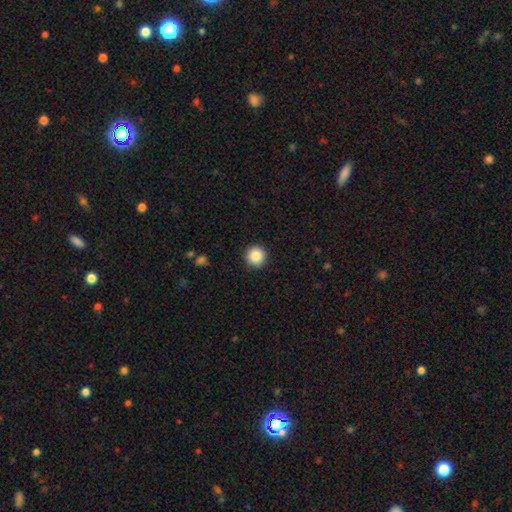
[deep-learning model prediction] Smooth or featured? smooth (87%)
How rounded? round (96%)
Merging? none (92%)